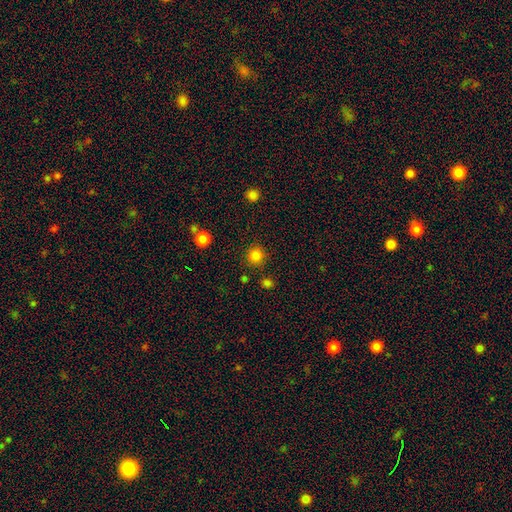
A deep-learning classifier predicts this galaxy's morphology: smooth-or-featured: smooth: 84% | star or artifact: 13% | featured or disk: 4%
  how-rounded: round: 93% | in between: 6% | cigar-shaped: 1%
  merging: none: 88% | minor disturbance: 6% | merger: 3% | major disturbance: 3%